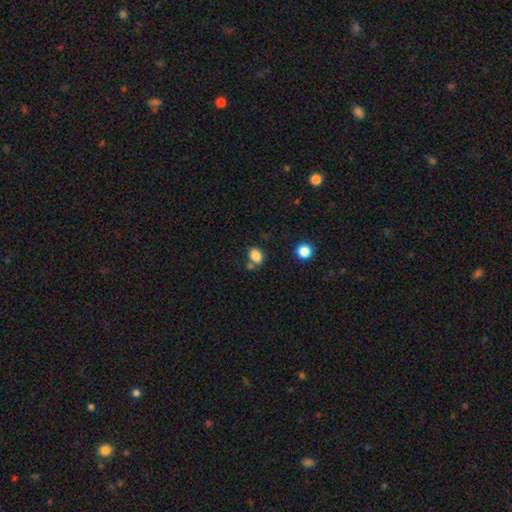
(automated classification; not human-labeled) Overall: smooth (83%). How rounded: in between (75%). Merging: none (62%).